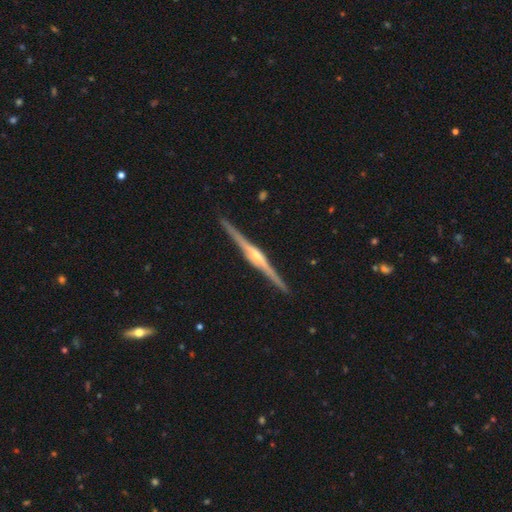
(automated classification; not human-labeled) This appears to be a featured or disk galaxy (89%) viewed edge-on (99%) with a rounded central bulge (79%). Merging: none (92%).